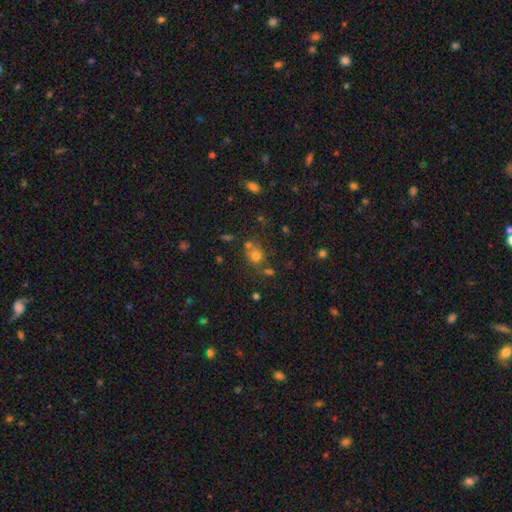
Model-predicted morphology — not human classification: Overall: smooth (70%). How rounded: round (76%). Merging: none (58%; merger 22%).